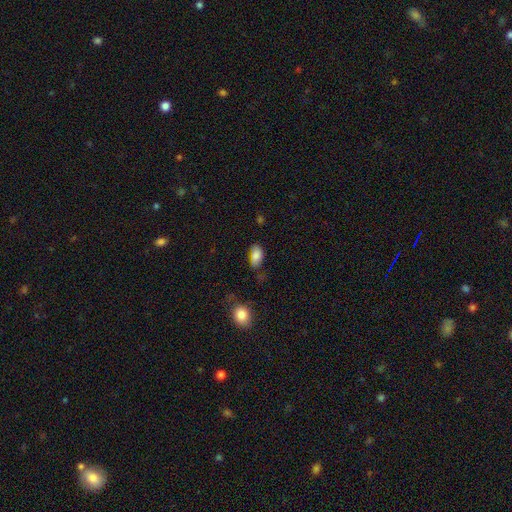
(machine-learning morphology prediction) smooth-or-featured: smooth: 84% | star or artifact: 8% | featured or disk: 7%
  how-rounded: in between: 91% | round: 5% | cigar-shaped: 4%
  merging: none: 58% | minor disturbance: 30% | major disturbance: 7% | merger: 4%